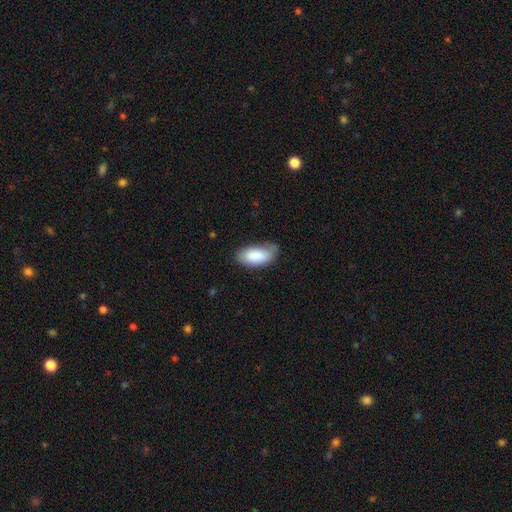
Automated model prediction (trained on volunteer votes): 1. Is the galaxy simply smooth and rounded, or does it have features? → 85% smooth, 9% featured or disk, 6% star or artifact.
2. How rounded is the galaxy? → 92% in between, 6% cigar-shaped, 2% round.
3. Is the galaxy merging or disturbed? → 59% none, 32% minor disturbance, 7% major disturbance, 2% merger.